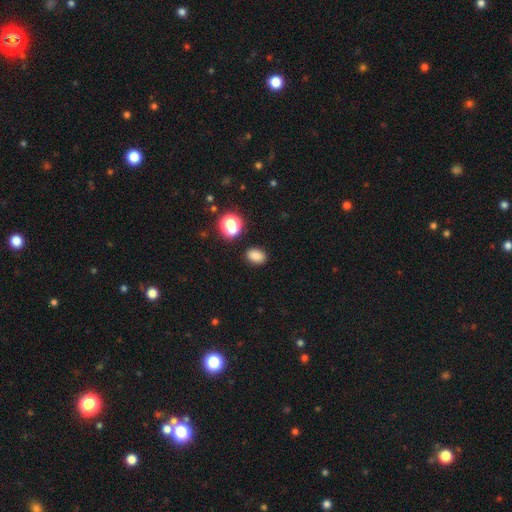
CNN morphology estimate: The model was most divided on "how rounded": in between: 75%, round: 24%, cigar-shaped: 1%. More confident: merging — none (87%); smooth or featured — smooth (82%).